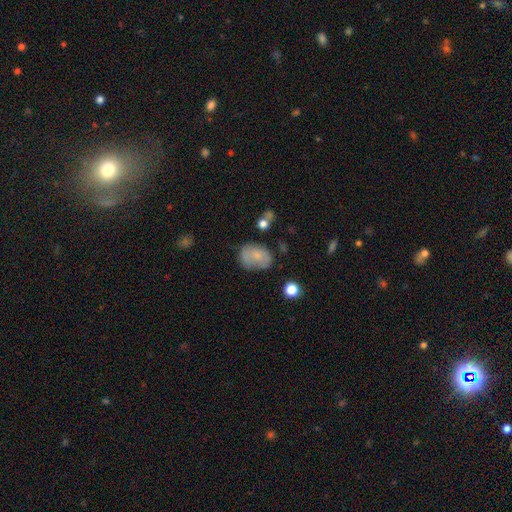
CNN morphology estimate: Smooth or featured? smooth (71%)
How rounded? in between (71%)
Merging? none (59%)